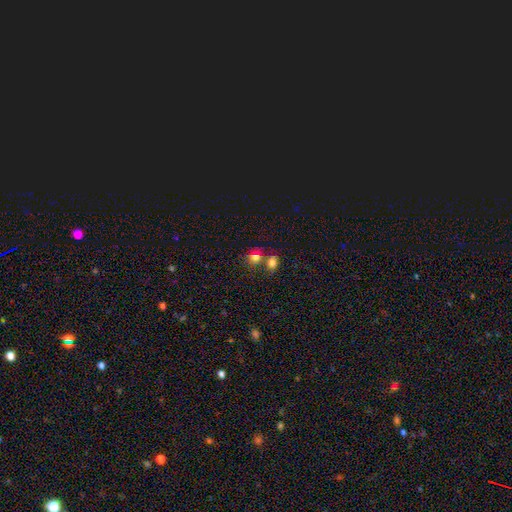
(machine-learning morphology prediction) smooth_or_featured: smooth (p=0.76) [alt: star or artifact p=0.15]
how_rounded: round (p=0.52) [alt: in between p=0.47]
merging: none (p=0.46) [alt: merger p=0.39]